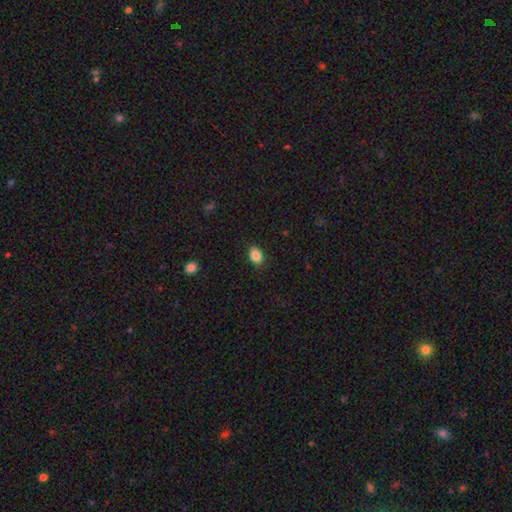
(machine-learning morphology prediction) type=smooth (86%); roundness=in between (73%); merging=none (87%).